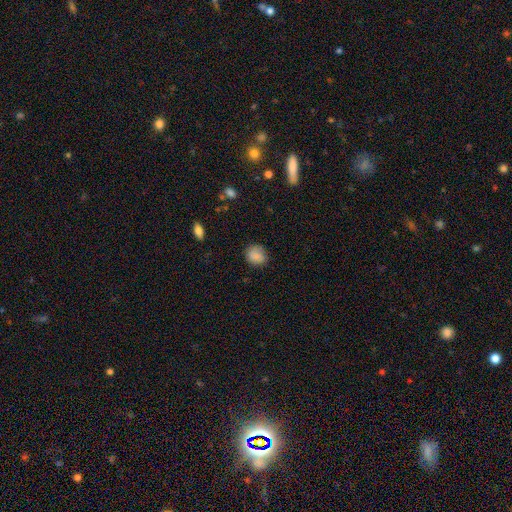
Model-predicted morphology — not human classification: type=smooth (86%); roundness=round (71%); merging=none (77%).